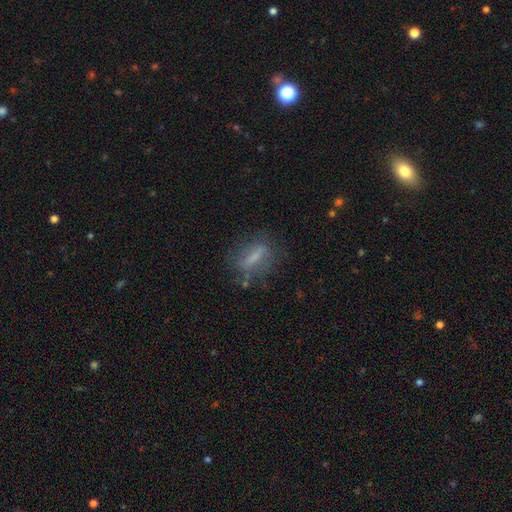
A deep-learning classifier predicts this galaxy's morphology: Overall: smooth (46%; featured or disk 41%). Merging: none (73%).